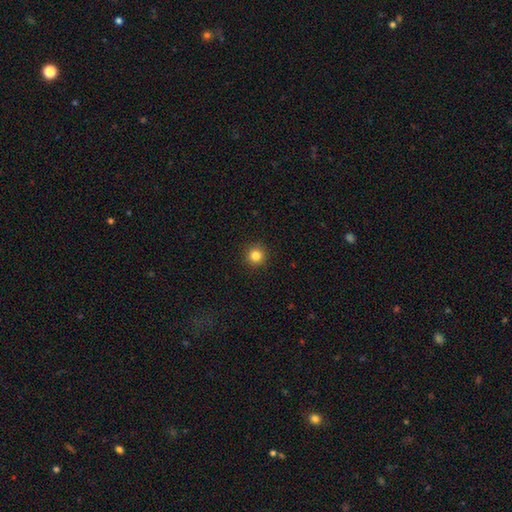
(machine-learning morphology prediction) Overall: smooth (84%). How rounded: round (95%). Merging: none (92%).